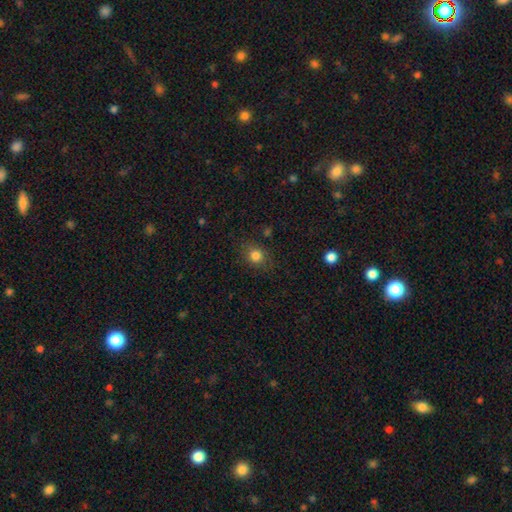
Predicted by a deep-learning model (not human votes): Smooth or featured? Predicted: smooth (p=0.81). How rounded? Predicted: round (p=0.75). Merging? Predicted: none (p=0.83).